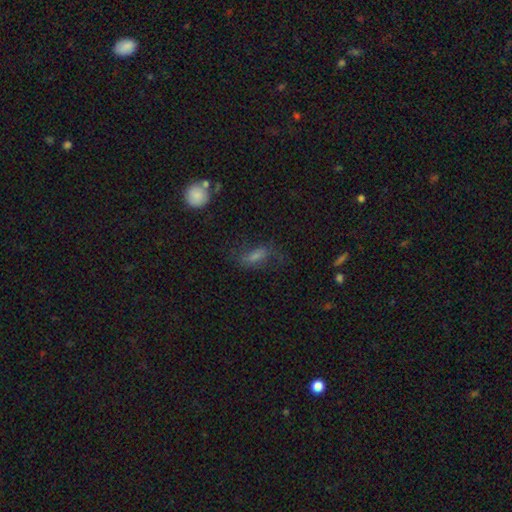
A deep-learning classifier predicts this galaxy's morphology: type=smooth (44%); merging=none (61%).